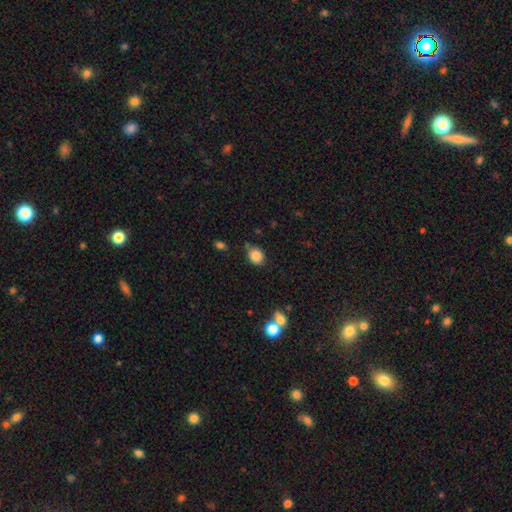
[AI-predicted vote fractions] The model was most divided on "how rounded": round: 52%, in between: 47%, cigar-shaped: 1%. More confident: smooth or featured — smooth (86%); merging — none (74%).